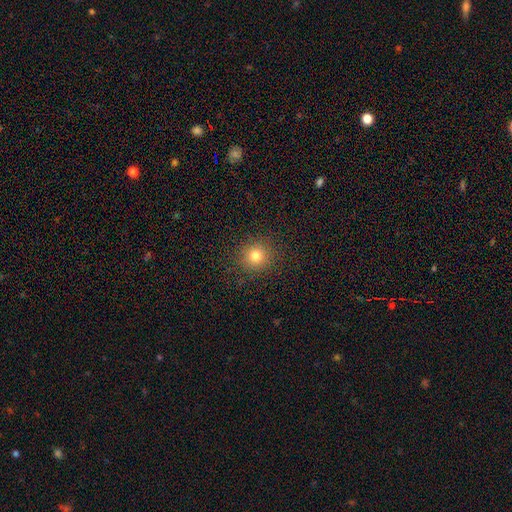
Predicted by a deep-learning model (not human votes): The model was most divided on "smooth or featured": smooth: 78%, star or artifact: 15%, featured or disk: 7%. More confident: how rounded — round (93%); merging — none (90%).